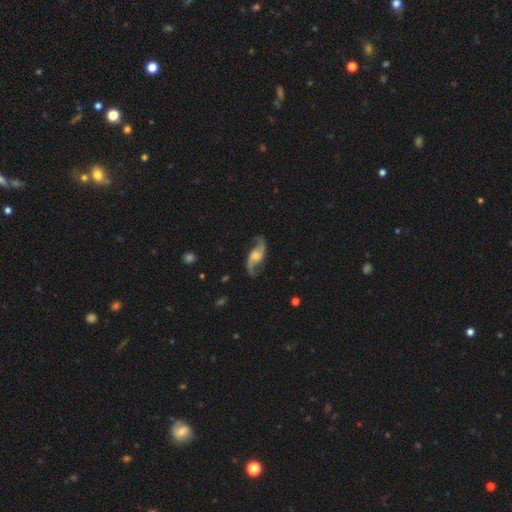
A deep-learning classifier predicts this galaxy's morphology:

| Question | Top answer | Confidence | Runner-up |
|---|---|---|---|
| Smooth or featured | featured or disk | 90% | smooth (6%) |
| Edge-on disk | no | 96% | yes (4%) |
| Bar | no | 52% | weak (38%) |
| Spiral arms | yes | 97% | no (3%) |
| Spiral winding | loose | 68% | medium (27%) |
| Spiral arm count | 2 | 94% | can't tell (2%) |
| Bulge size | moderate | 43% | small (21%) |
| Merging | none | 81% | minor disturbance (12%) |